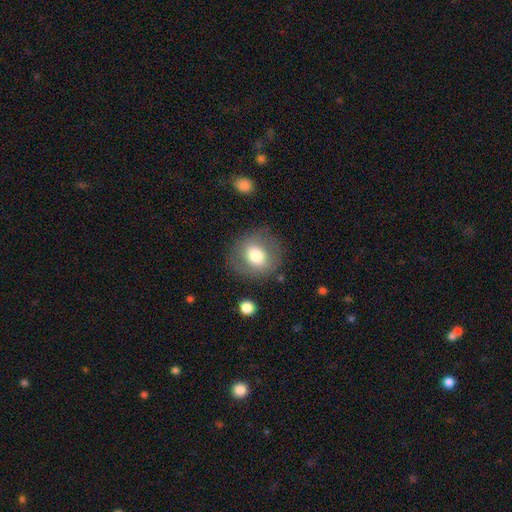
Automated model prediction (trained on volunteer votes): Smooth or featured?
  - smooth: 69% *
  - featured or disk: 23%
  - star or artifact: 9%
How rounded?
  - round: 79% *
  - in between: 20%
  - cigar-shaped: 1%
Merging?
  - none: 81% *
  - minor disturbance: 12%
  - major disturbance: 5%
  - merger: 2%